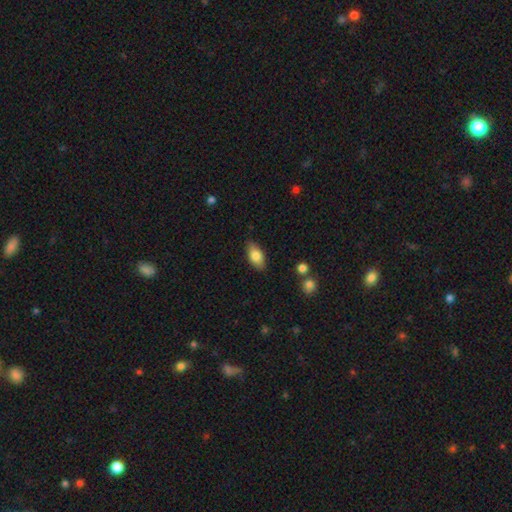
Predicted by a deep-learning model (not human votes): A smooth galaxy with no disk features (79%) that is in between round and cigar-shaped (90%).

Vote fractions:
- Smooth or featured? smooth: 79% / featured or disk: 14% / star or artifact: 7%
- How rounded? in between: 90% / cigar-shaped: 7% / round: 4%
- Merging? none: 84% / minor disturbance: 12% / major disturbance: 2% / merger: 2%